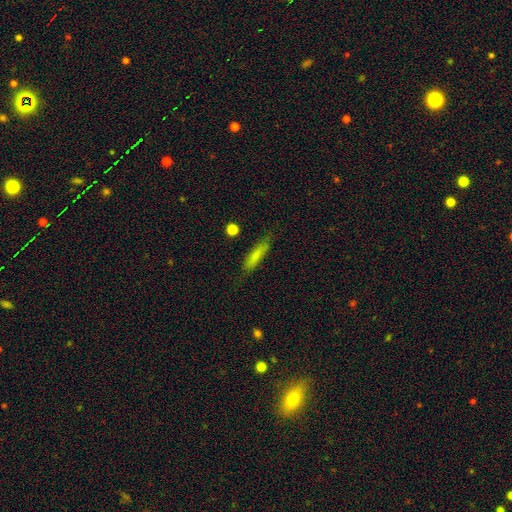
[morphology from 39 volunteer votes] A smooth galaxy with no disk features (62%) that is cigar-shaped (79%). Merging: none (65%).